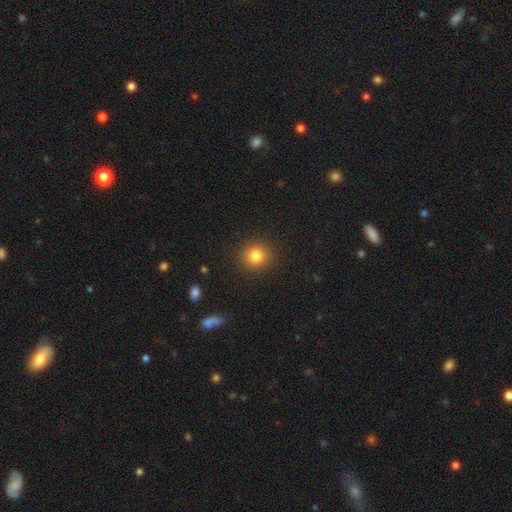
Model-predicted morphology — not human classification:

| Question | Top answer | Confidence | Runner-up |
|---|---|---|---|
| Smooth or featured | smooth | 82% | star or artifact (12%) |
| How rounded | round | 90% | in between (9%) |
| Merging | none | 91% | minor disturbance (6%) |